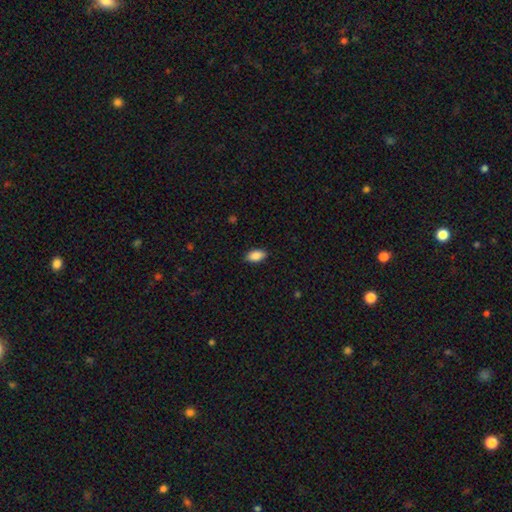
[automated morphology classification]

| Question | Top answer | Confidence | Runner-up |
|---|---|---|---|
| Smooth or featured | smooth | 88% | star or artifact (7%) |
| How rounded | in between | 93% | round (4%) |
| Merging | none | 88% | minor disturbance (9%) |